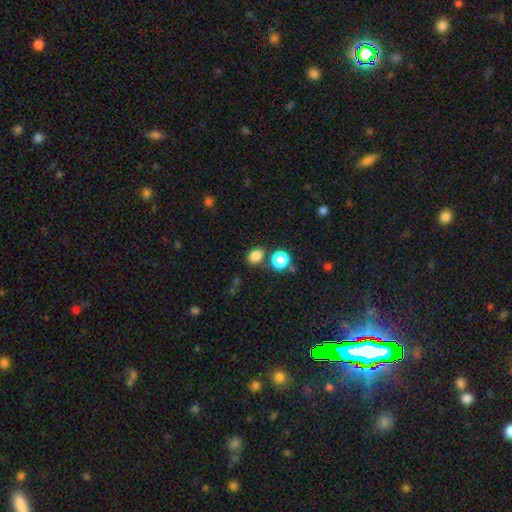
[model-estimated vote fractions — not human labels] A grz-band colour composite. It shows a smooth galaxy with no disk features (81%) that is in between round and cigar-shaped (55%). Merging: none (75%).